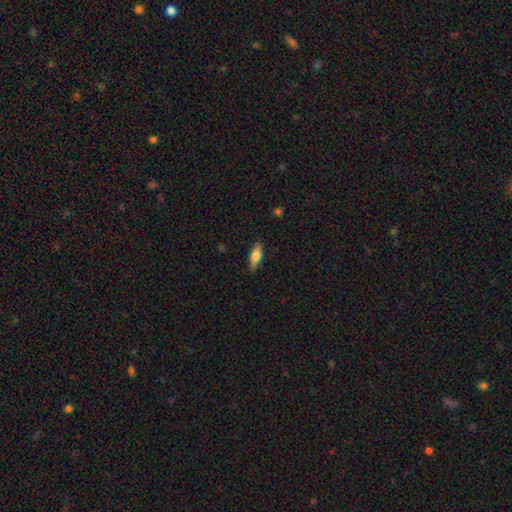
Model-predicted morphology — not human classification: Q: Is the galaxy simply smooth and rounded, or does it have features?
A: smooth — 70%.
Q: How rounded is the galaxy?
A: in between — 64%.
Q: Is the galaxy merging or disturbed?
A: none — 86%.